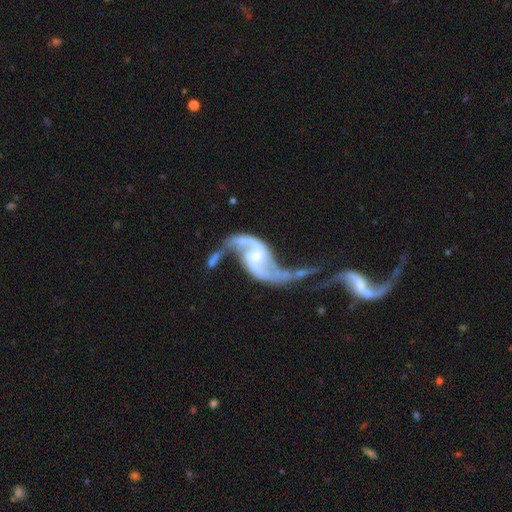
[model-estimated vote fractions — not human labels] The model was most divided on "bulge size": none: 42%, small: 39%, moderate: 15%, large: 3%, dominant: 1%. Remaining: edge-on disk — no (97%); spiral arms — yes (95%); spiral arm count — 2 (92%); smooth or featured — featured or disk (90%); spiral winding — loose (78%); merging — merger (48%); bar — weak (42%).